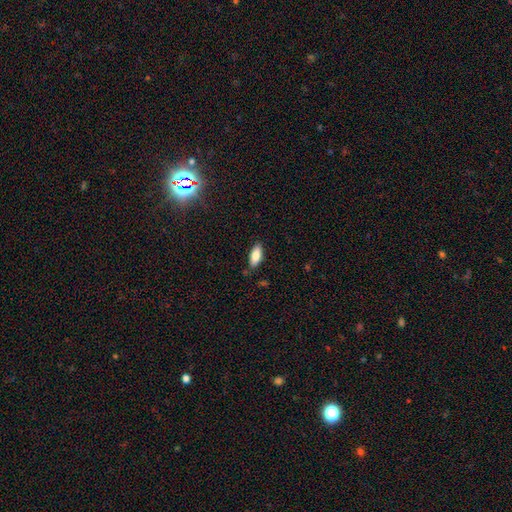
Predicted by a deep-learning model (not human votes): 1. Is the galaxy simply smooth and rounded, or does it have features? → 81% smooth, 13% featured or disk, 7% star or artifact.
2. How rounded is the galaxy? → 81% in between, 16% cigar-shaped, 2% round.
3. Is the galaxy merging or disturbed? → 84% none, 12% minor disturbance, 2% major disturbance, 2% merger.